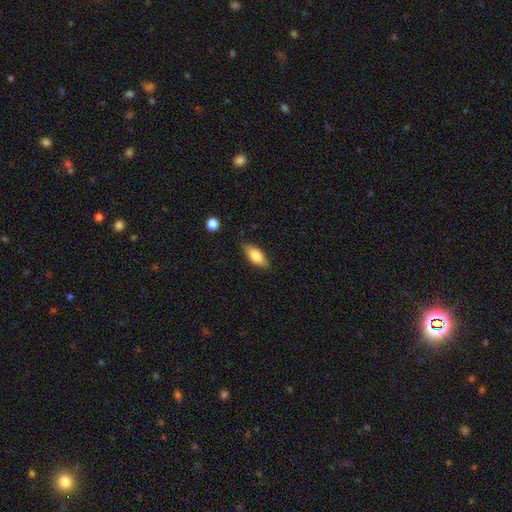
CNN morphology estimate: Smooth or featured: smooth — 77% (featured or disk — 16%)
How rounded: in between — 81% (cigar-shaped — 16%)
Merging: none — 82% (minor disturbance — 14%)